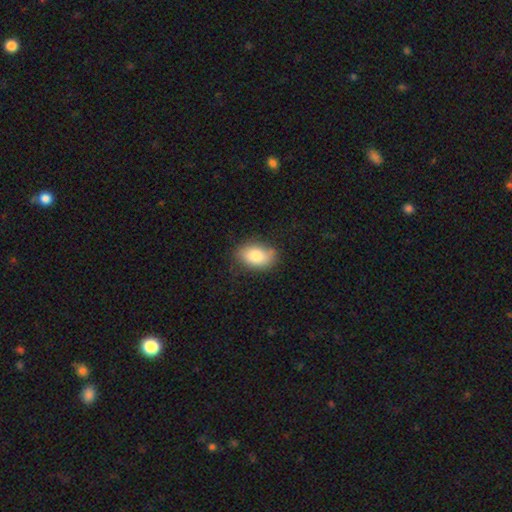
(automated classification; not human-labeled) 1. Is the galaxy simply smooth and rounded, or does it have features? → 81% smooth, 11% featured or disk, 7% star or artifact.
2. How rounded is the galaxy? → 88% in between, 11% round, 2% cigar-shaped.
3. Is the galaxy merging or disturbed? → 74% none, 20% minor disturbance, 4% major disturbance, 2% merger.